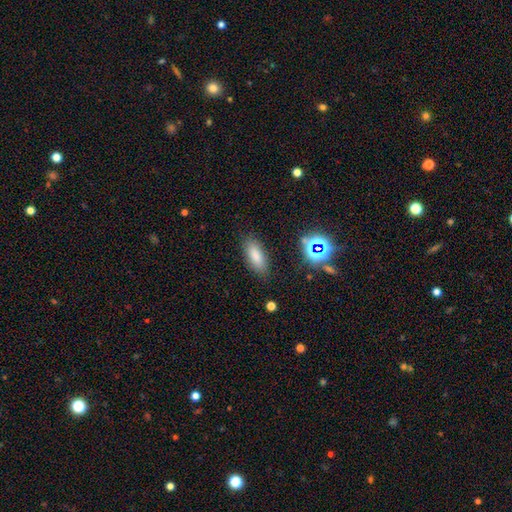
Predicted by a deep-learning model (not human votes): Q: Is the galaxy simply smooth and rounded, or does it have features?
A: smooth — 81%.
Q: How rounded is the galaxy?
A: in between — 75%.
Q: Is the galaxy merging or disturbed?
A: none — 84%.